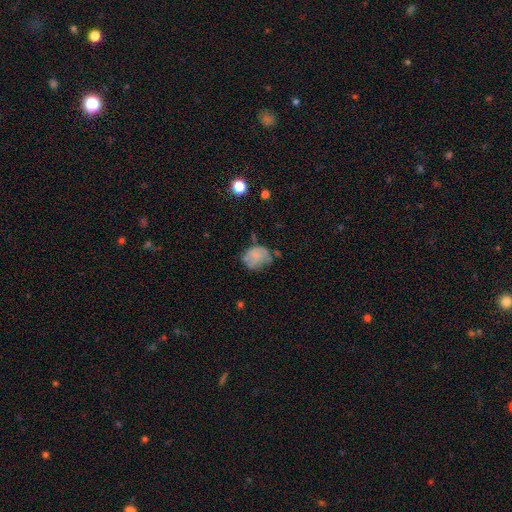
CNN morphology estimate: Smooth or featured: smooth — 54% (featured or disk — 35%)
How rounded: round — 55% (in between — 44%)
Merging: none — 45% (minor disturbance — 33%)